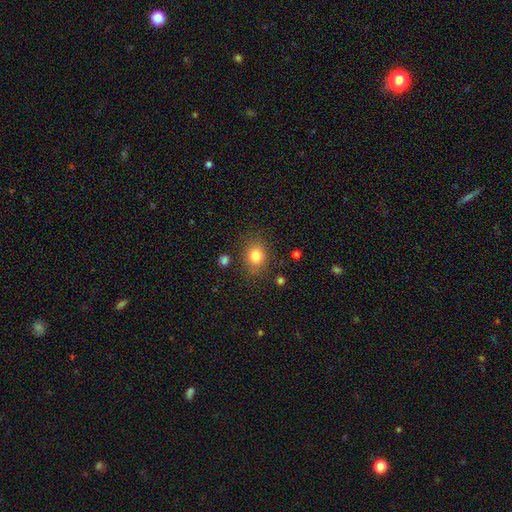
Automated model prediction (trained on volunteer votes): A smooth galaxy with no disk features (82%) that is round (55%).

Vote fractions:
- Smooth or featured? smooth: 82% / star or artifact: 11% / featured or disk: 8%
- How rounded? round: 55% / in between: 44% / cigar-shaped: 1%
- Merging? none: 79% / minor disturbance: 13% / major disturbance: 4% / merger: 3%